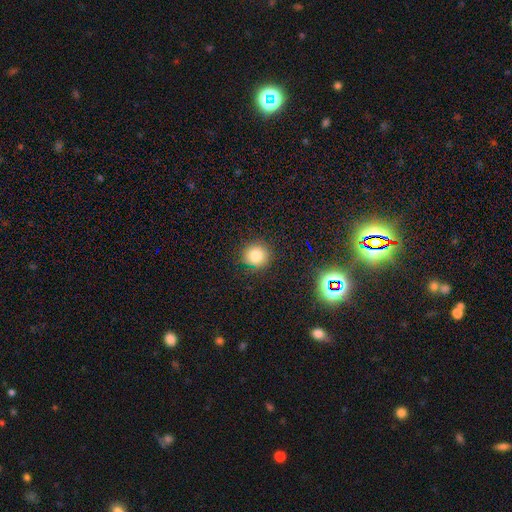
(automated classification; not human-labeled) Morphology: type=smooth (81%); roundness=round (92%); merging=none (86%).